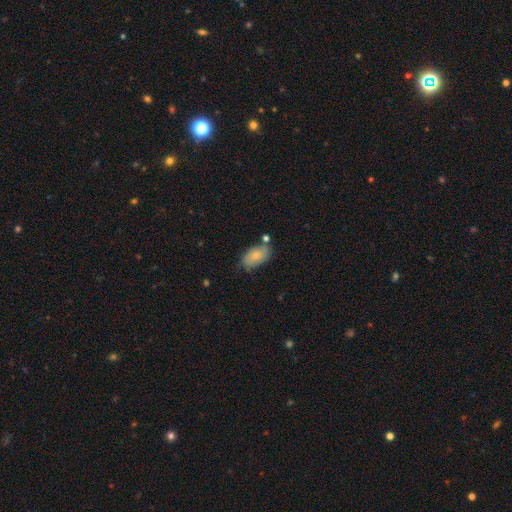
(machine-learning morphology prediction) This appears to be a smooth galaxy with no disk features (77%) that is in between round and cigar-shaped (93%). Merging: none (65%).